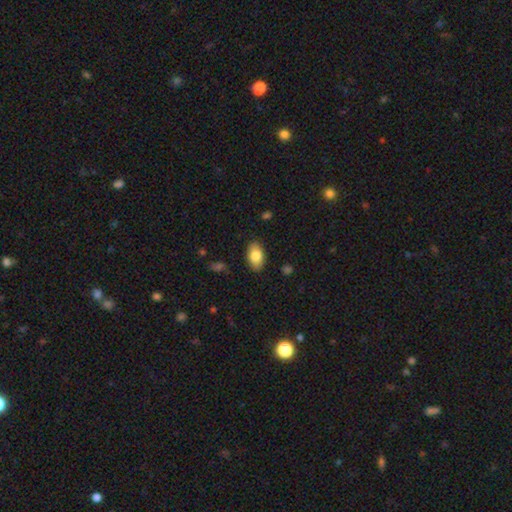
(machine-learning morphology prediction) This is clearly a smooth galaxy (81%). How rounded: clearly in between (92%). Merging: clearly none (87%).